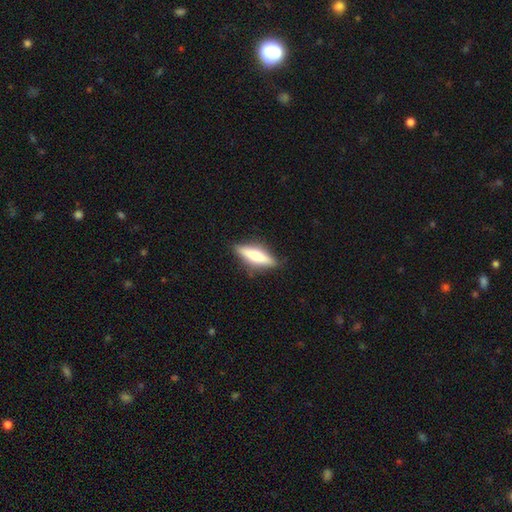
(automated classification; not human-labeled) Smooth or featured? smooth (48%)
Merging? none (87%)